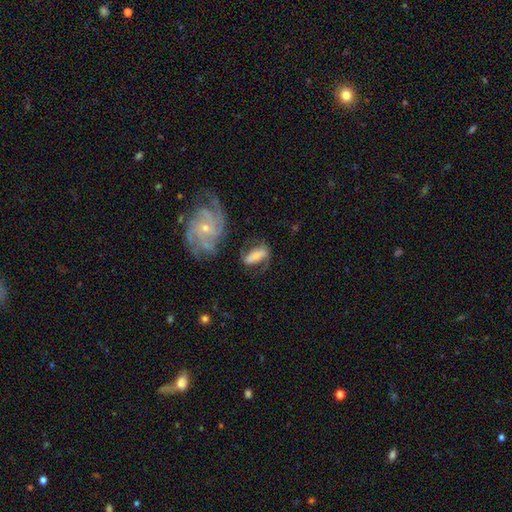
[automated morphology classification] type=featured or disk (67%); edge-on=no (93%); bar=strong (45%); spiral arms=yes (91%); winding=medium (40%); arm count=2 (76%); bulge=small (55%); merging=none (51%).